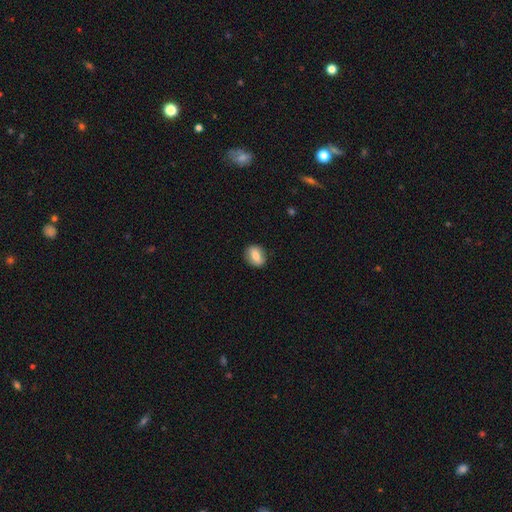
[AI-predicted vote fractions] Q: Smooth or featured?
A: smooth (72%); runner-up: featured or disk (20%)
Q: How rounded?
A: in between (55%); runner-up: round (43%)
Q: Merging?
A: none (85%); runner-up: minor disturbance (12%)